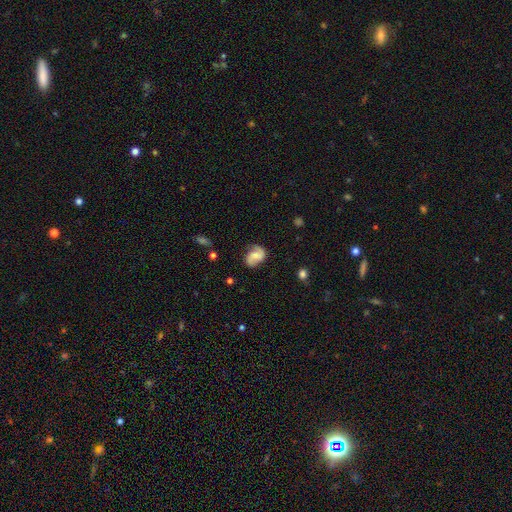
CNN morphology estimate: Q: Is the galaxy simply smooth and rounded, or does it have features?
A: featured or disk — 74%.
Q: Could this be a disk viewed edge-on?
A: no — 98%.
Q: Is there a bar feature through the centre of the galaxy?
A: no — 50%.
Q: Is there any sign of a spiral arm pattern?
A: yes — 95%.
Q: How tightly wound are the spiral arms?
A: medium — 43%.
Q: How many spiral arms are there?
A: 2 — 90%.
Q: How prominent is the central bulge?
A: small — 38%, tied with moderate.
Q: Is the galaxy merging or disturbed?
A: none — 75%.